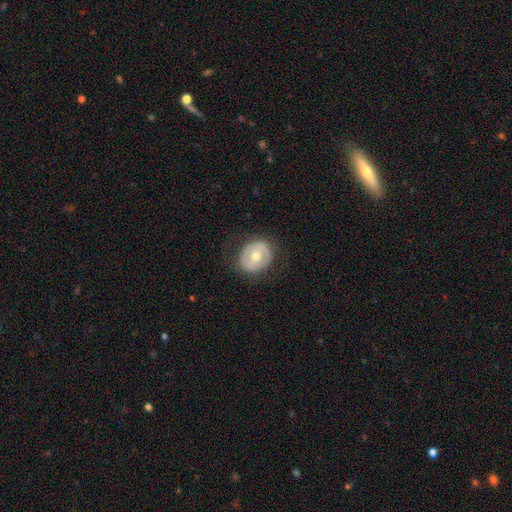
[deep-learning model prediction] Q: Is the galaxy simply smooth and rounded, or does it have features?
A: featured or disk — 48%.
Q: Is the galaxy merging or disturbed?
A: none — 80%.